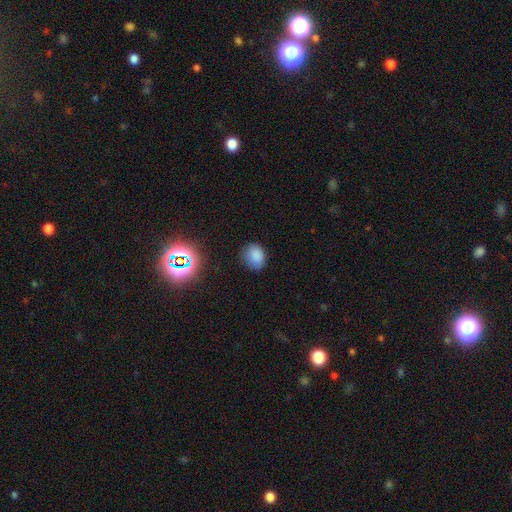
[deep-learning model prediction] smooth-or-featured: smooth: 80% | star or artifact: 14% | featured or disk: 6%
  how-rounded: in between: 52% | round: 47% | cigar-shaped: 1%
  merging: none: 72% | minor disturbance: 21% | major disturbance: 5% | merger: 2%